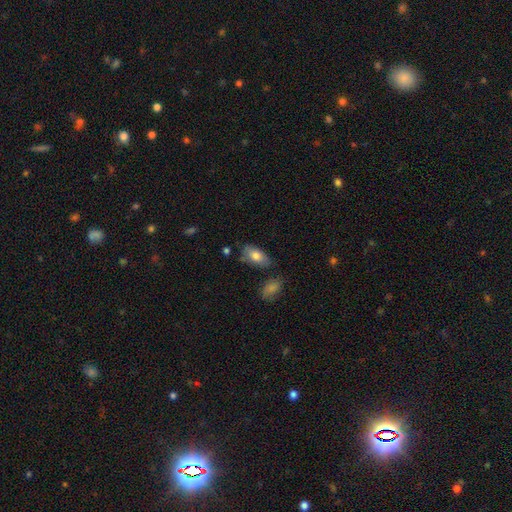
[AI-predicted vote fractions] This is likely a smooth galaxy (77%). How rounded: clearly in between (92%). Merging: likely none (70%).